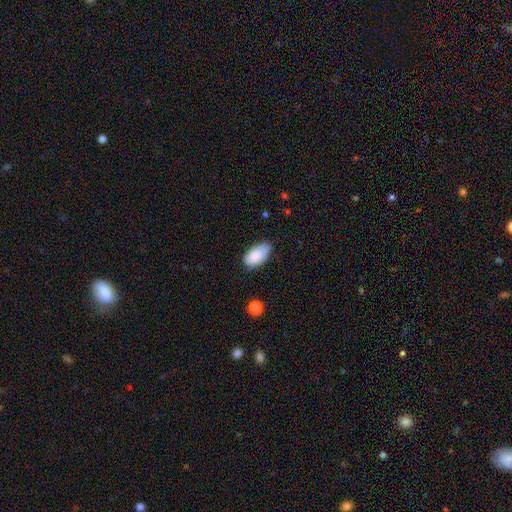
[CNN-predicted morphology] Overall: smooth (82%). How rounded: in between (94%). Merging: none (63%; minor disturbance 30%).